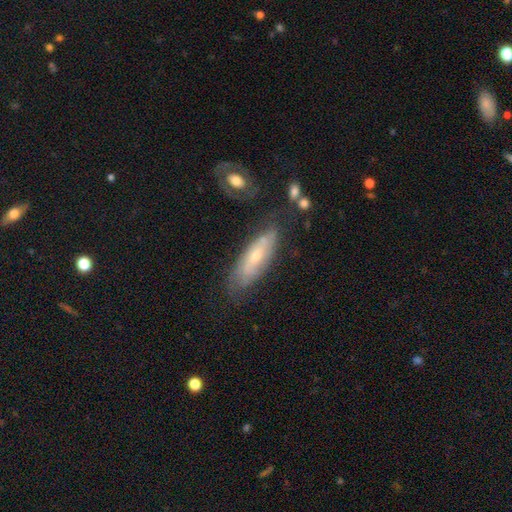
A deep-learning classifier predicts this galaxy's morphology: A featured or disk galaxy (56%).

Vote fractions:
- Smooth or featured? featured or disk: 56% / smooth: 37% / star or artifact: 7%
- Edge-on disk? no: 72% / yes: 28%
- Merging? none: 67% / minor disturbance: 22% / major disturbance: 7% / merger: 4%